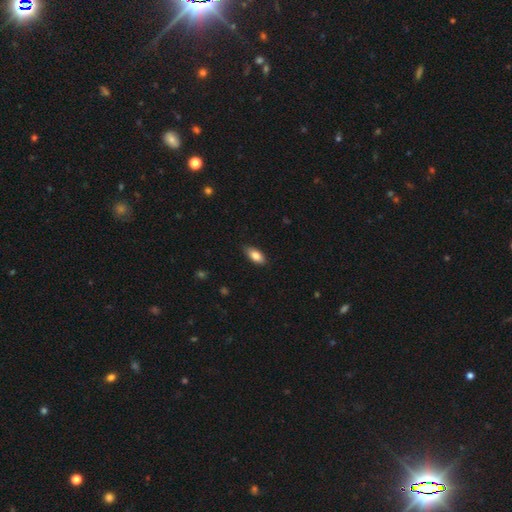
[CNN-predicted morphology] Q: Smooth or featured?
A: smooth (81%); runner-up: featured or disk (12%)
Q: How rounded?
A: in between (86%); runner-up: cigar-shaped (11%)
Q: Merging?
A: none (85%); runner-up: minor disturbance (12%)